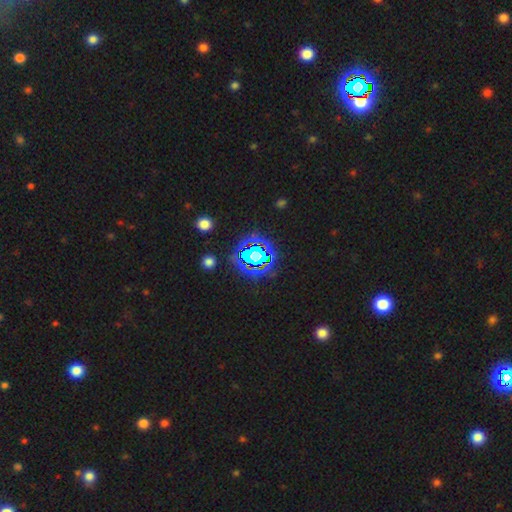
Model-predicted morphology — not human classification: star or artifact 71%, smooth 16%, featured or disk 13%.